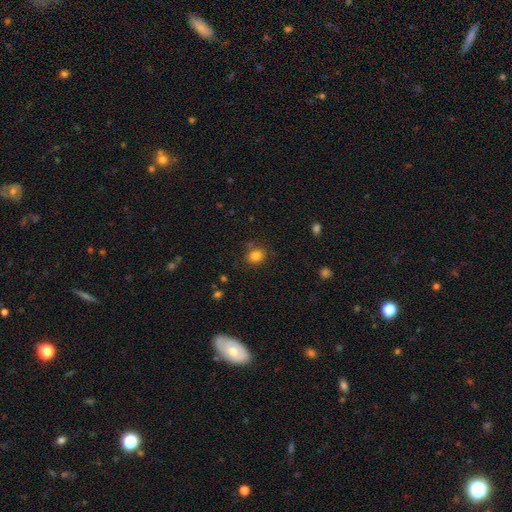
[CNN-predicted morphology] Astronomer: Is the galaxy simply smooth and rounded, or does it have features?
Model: smooth — 83%.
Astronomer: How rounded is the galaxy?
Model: round — 67%.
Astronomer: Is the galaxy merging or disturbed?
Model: none — 79%.